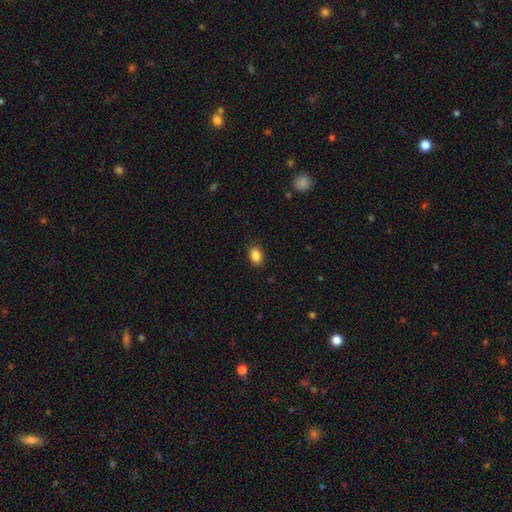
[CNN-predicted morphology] This is clearly a smooth galaxy (87%). How rounded: clearly in between (80%). Merging: clearly none (88%).